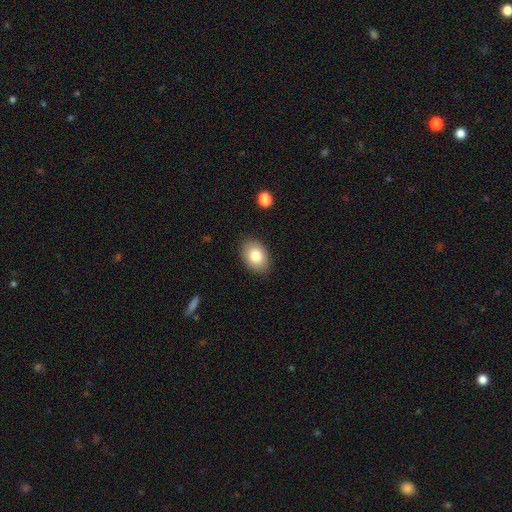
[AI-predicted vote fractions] Smooth or featured?
  - smooth: 82% *
  - featured or disk: 10%
  - star or artifact: 8%
How rounded?
  - in between: 79% *
  - round: 20%
  - cigar-shaped: 1%
Merging?
  - none: 87% *
  - minor disturbance: 10%
  - major disturbance: 2%
  - merger: 1%